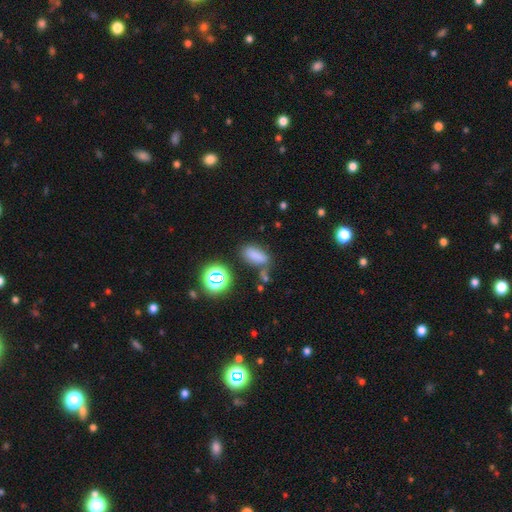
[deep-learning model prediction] A smooth galaxy with no disk features (75%) that is in between round and cigar-shaped (82%). Merging: none (67%).